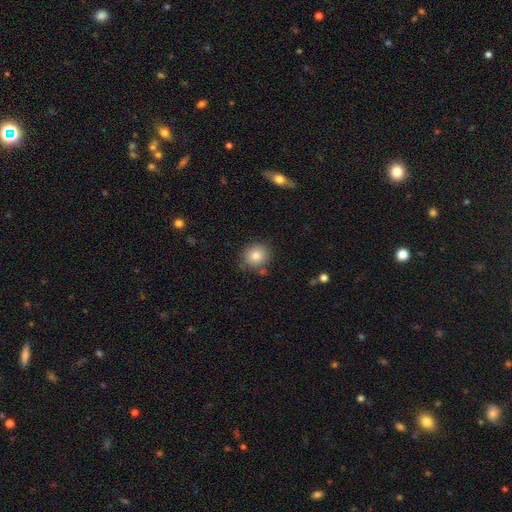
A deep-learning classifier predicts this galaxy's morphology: smooth_or_featured: smooth (p=0.82) [alt: star or artifact p=0.10]
how_rounded: round (p=0.87) [alt: in between p=0.12]
merging: none (p=0.81) [alt: minor disturbance p=0.13]